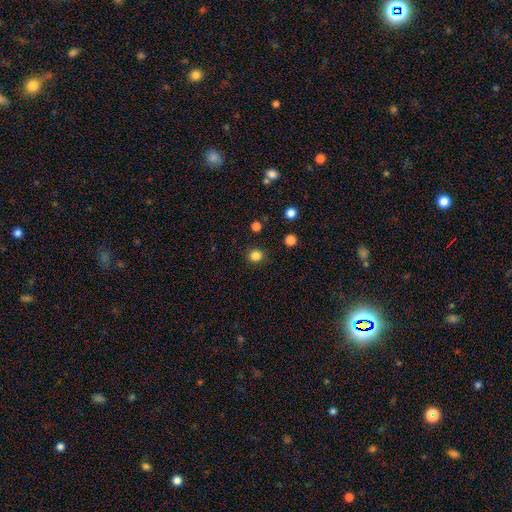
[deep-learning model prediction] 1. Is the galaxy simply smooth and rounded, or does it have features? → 84% smooth, 13% star or artifact, 3% featured or disk.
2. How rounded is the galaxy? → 87% round, 12% in between, 1% cigar-shaped.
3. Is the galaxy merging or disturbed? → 89% none, 7% minor disturbance, 2% major disturbance, 1% merger.